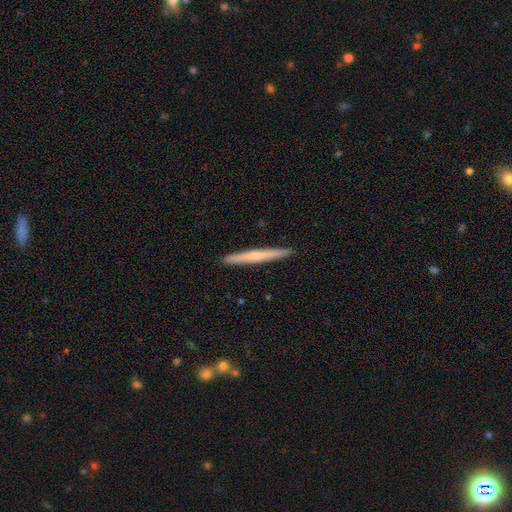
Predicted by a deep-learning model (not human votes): Smooth or featured: smooth — 53% (featured or disk — 42%)
How rounded: cigar-shaped — 97% (in between — 2%)
Merging: none — 92% (minor disturbance — 5%)